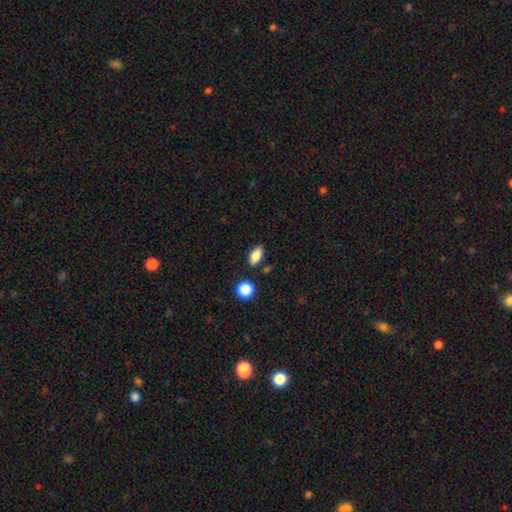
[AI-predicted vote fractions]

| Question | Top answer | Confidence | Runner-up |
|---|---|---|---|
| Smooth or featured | smooth | 86% | star or artifact (8%) |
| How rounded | in between | 87% | cigar-shaped (7%) |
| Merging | none | 83% | minor disturbance (11%) |